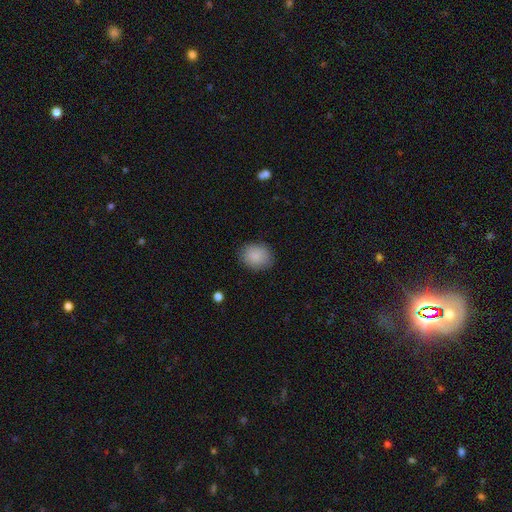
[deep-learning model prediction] Q: Smooth or featured?
A: smooth (88%); runner-up: star or artifact (8%)
Q: How rounded?
A: round (58%); runner-up: in between (41%)
Q: Merging?
A: none (85%); runner-up: minor disturbance (11%)